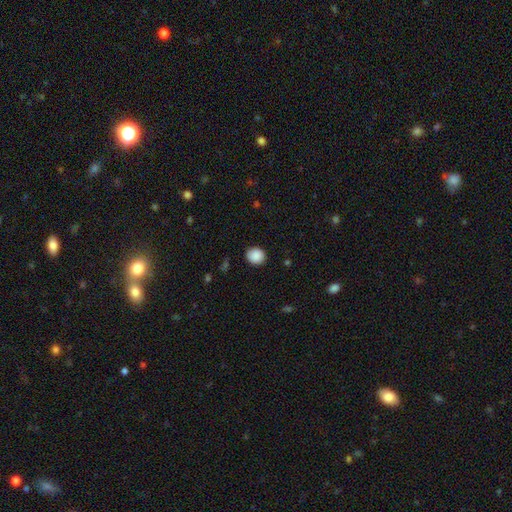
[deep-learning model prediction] smooth-or-featured: smooth: 89% | star or artifact: 8% | featured or disk: 3%
  how-rounded: round: 77% | in between: 22% | cigar-shaped: 1%
  merging: none: 88% | minor disturbance: 9% | major disturbance: 2% | merger: 1%